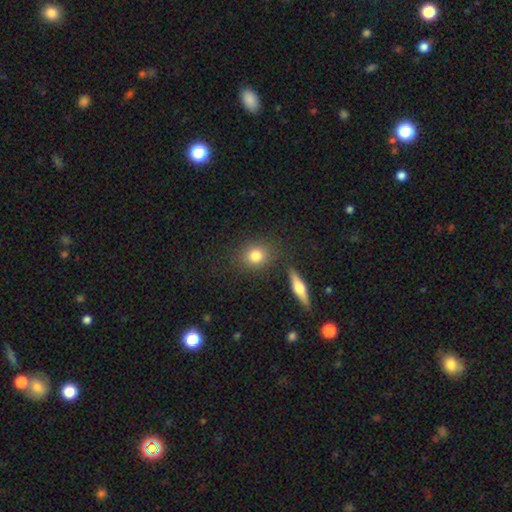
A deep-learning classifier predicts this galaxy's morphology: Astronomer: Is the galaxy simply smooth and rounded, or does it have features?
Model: smooth — 79%.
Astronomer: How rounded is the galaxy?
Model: round — 73%.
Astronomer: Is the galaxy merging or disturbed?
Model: none — 82%.